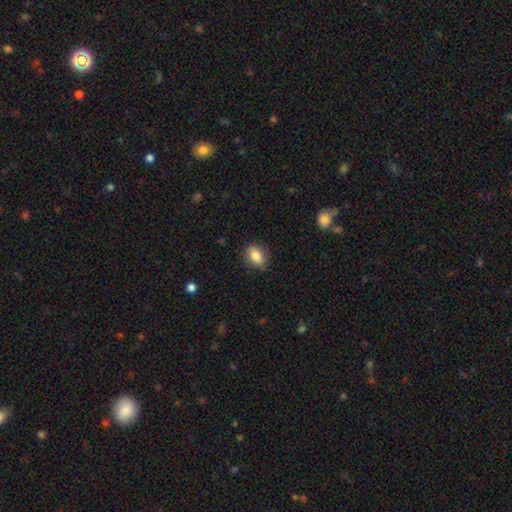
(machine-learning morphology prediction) This is clearly a smooth galaxy (85%). How rounded: likely in between (77%). Merging: clearly none (82%).